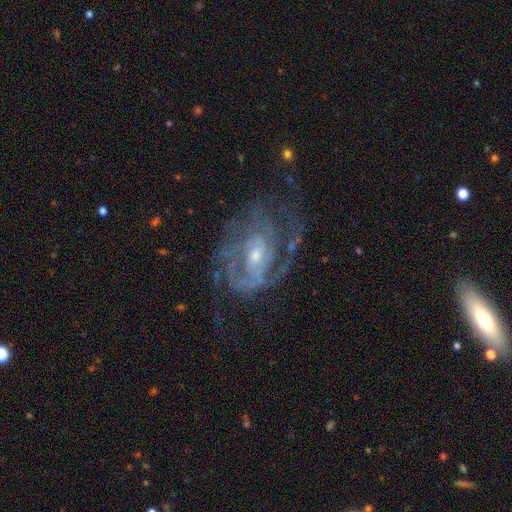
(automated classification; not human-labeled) Q: Smooth or featured?
A: featured or disk (87%); runner-up: star or artifact (7%)
Q: Edge-on disk?
A: no (97%); runner-up: yes (3%)
Q: Bar?
A: no (46%); runner-up: weak (41%)
Q: Spiral arms?
A: yes (91%); runner-up: no (9%)
Q: Spiral winding?
A: tight (51%); runner-up: medium (38%)
Q: Spiral arm count?
A: 2 (35%); runner-up: can't tell (31%)
Q: Bulge size?
A: small (51%); runner-up: moderate (44%)
Q: Merging?
A: none (56%); runner-up: major disturbance (22%)